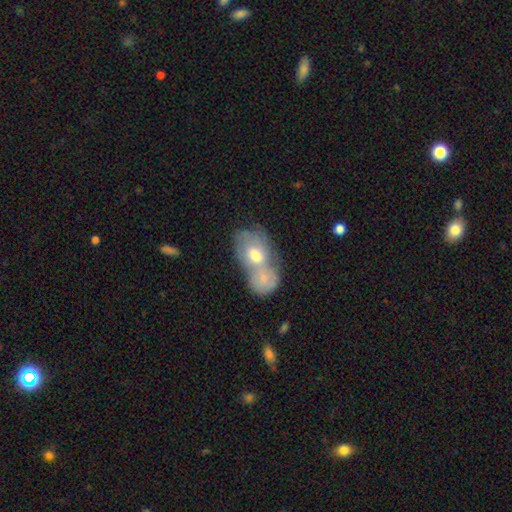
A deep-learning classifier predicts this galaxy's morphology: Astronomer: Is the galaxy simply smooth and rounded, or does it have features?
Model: smooth — 53% (runner-up: featured or disk, 40%).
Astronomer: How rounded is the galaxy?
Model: in between — 74%.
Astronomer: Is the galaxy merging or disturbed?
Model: merger — 67%.